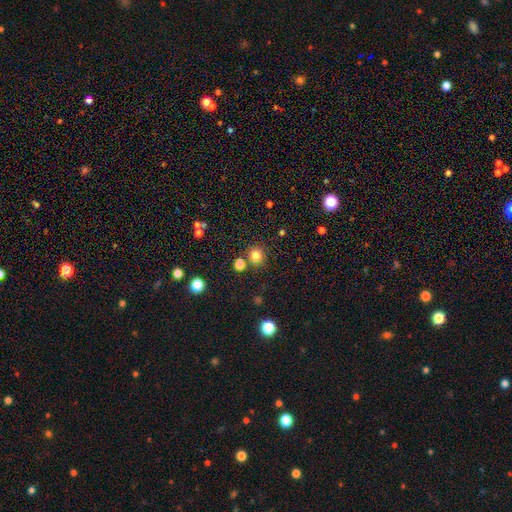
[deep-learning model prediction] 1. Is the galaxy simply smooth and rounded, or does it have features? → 80% smooth, 15% star or artifact, 5% featured or disk.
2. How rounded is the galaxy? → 88% round, 11% in between, 1% cigar-shaped.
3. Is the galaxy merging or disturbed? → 78% none, 11% merger, 8% minor disturbance, 3% major disturbance.